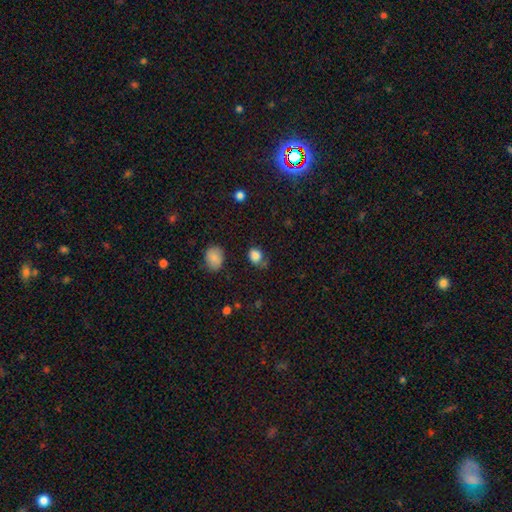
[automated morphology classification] A smooth galaxy with no disk features (84%) that is round (51%). Merging: none (59%).